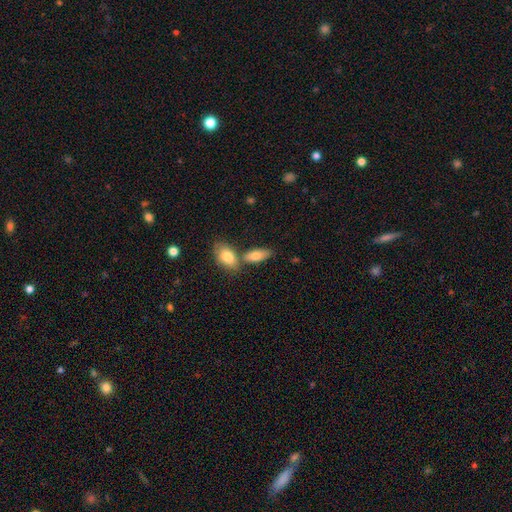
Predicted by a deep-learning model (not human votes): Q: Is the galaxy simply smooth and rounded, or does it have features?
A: smooth — 79%.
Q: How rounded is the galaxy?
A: in between — 85%.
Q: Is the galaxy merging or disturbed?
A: none — 53%.